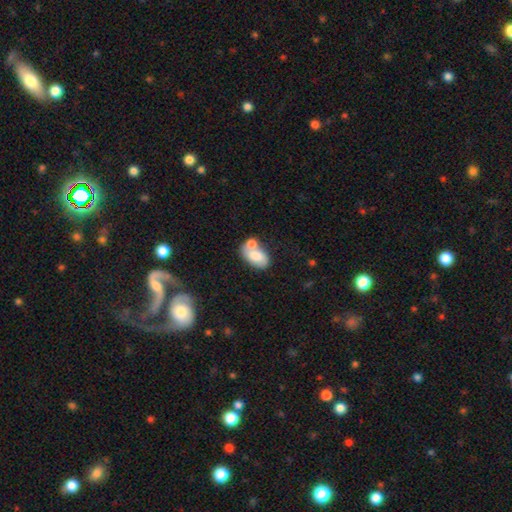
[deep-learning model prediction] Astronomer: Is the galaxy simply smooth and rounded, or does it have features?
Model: smooth — 67%.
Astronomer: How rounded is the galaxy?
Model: in between — 90%.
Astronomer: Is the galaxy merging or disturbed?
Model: merger — 47% (runner-up: none, 32%).